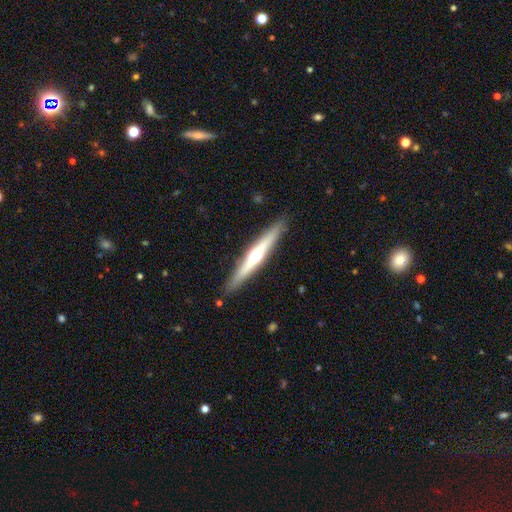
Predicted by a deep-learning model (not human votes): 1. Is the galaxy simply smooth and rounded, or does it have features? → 68% featured or disk, 27% smooth, 5% star or artifact.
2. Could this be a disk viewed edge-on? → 97% yes, 3% no.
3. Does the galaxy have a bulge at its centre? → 89% rounded, 8% none, 3% boxy.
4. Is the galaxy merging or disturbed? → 90% none, 7% minor disturbance, 1% major disturbance, 1% merger.